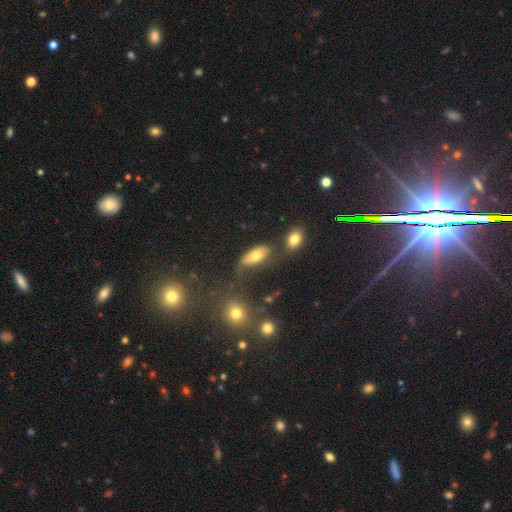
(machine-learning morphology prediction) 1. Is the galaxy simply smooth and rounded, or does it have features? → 71% smooth, 19% featured or disk, 10% star or artifact.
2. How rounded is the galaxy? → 88% in between, 8% cigar-shaped, 4% round.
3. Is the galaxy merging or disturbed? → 47% none, 24% minor disturbance, 15% major disturbance, 15% merger.